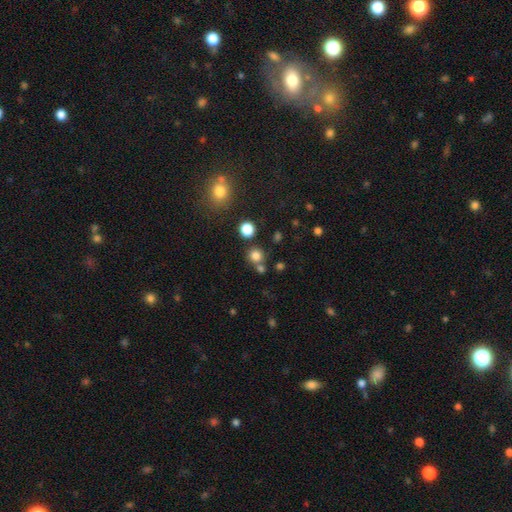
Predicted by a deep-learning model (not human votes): Smooth or featured: smooth — 78% (star or artifact — 16%)
How rounded: round — 90% (in between — 9%)
Merging: none — 72% (merger — 18%)